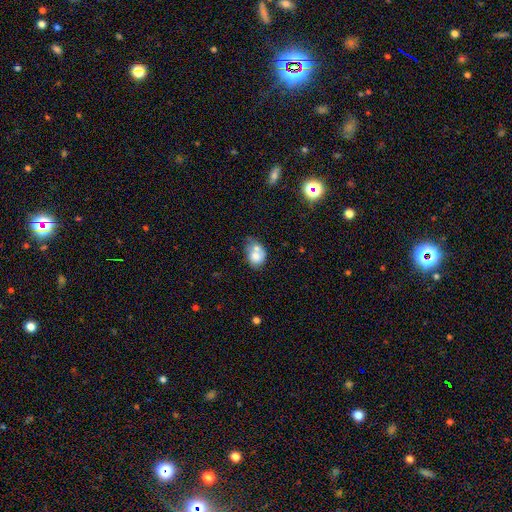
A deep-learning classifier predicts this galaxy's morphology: This appears to be a smooth galaxy with no disk features (69%) that is in between round and cigar-shaped (53%). Merging: merger (50%).